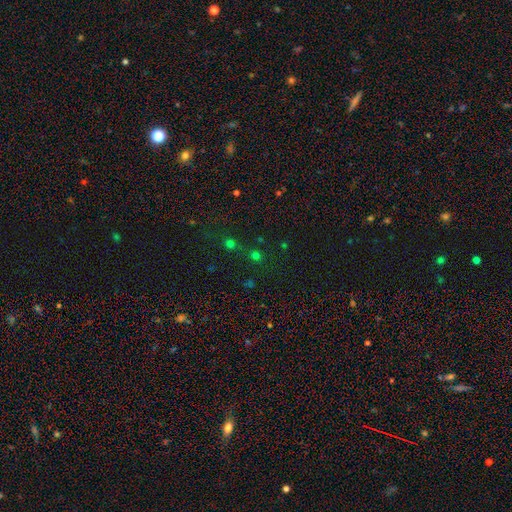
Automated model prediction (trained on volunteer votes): smooth 56%, star or artifact 38%, featured or disk 5%. Down the decision tree: how rounded — round (88%); merging — none (77%).